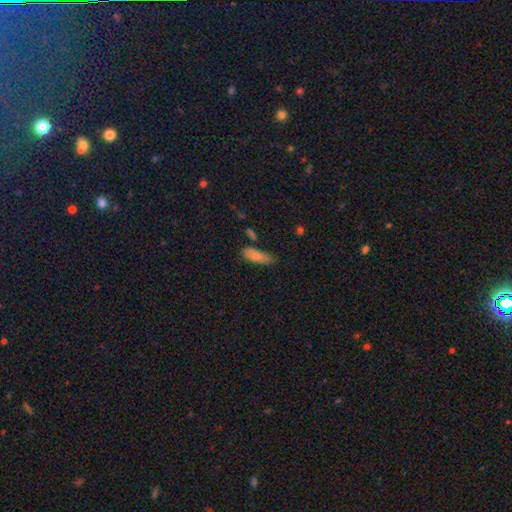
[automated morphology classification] Smooth or featured? Predicted: smooth (p=0.78). How rounded? Predicted: in between (p=0.72). Merging? Predicted: none (p=0.62).